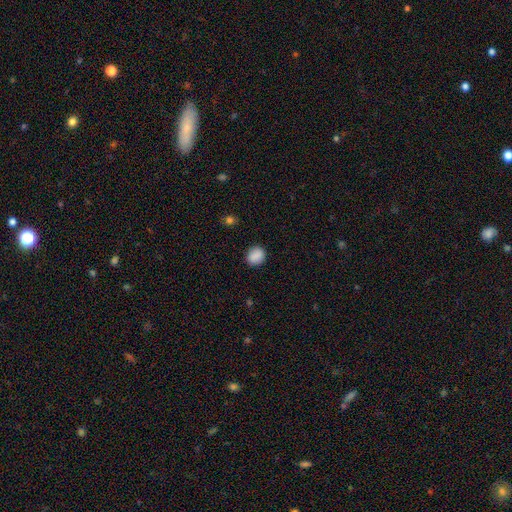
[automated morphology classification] type=smooth (88%); roundness=round (61%); merging=none (87%).